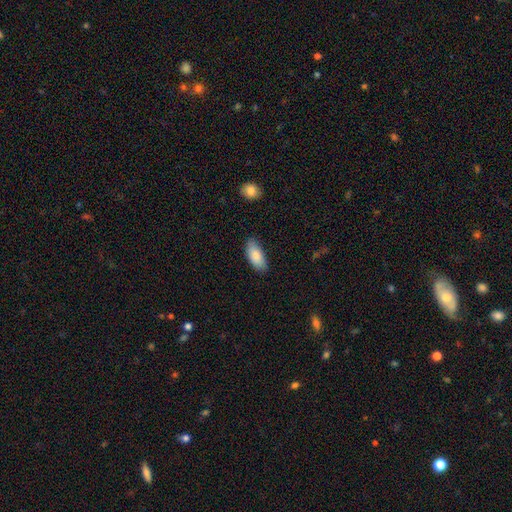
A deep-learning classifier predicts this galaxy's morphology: Smooth or featured? smooth (87%)
How rounded? in between (88%)
Merging? none (81%)